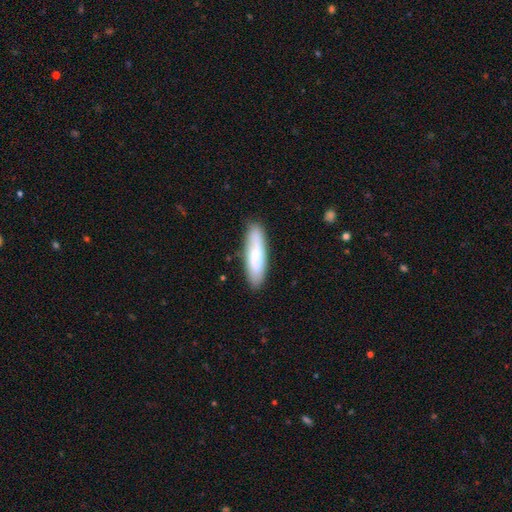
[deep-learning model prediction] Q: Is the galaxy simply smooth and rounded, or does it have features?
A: smooth — 62%.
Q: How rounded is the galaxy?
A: cigar-shaped — 62%.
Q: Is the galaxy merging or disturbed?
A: none — 85%.